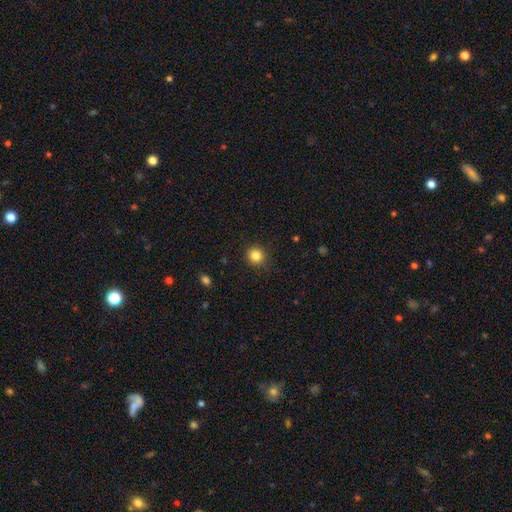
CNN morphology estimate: A smooth galaxy with no disk features (84%) that is round (91%).

Vote fractions:
- Smooth or featured? smooth: 84% / star or artifact: 12% / featured or disk: 5%
- How rounded? round: 91% / in between: 8% / cigar-shaped: 1%
- Merging? none: 86% / minor disturbance: 10% / major disturbance: 3% / merger: 1%